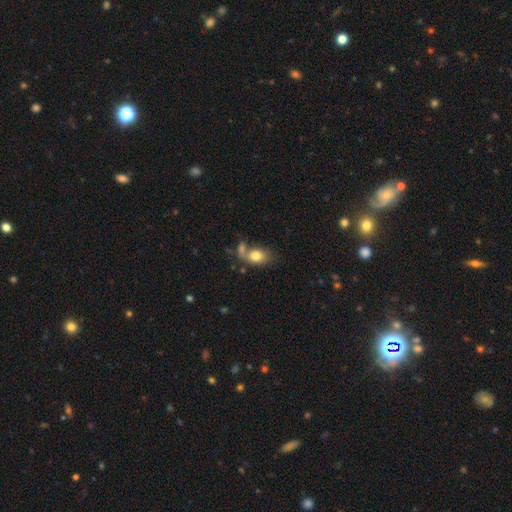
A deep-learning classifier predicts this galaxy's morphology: smooth 79%, featured or disk 13%, star or artifact 8%. Down the decision tree: how rounded — in between (79%); merging — none (44%).